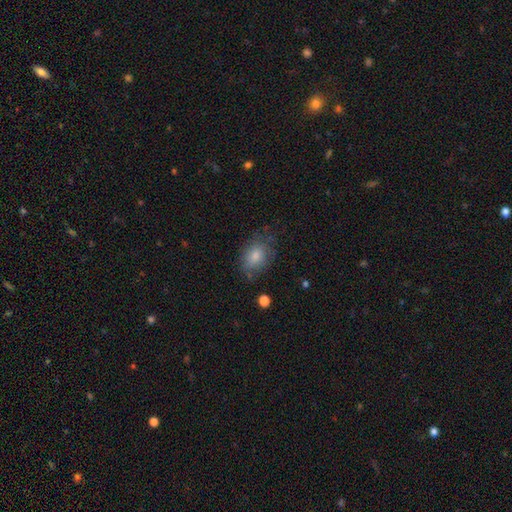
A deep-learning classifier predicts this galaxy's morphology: smooth-or-featured: smooth: 71% | featured or disk: 18% | star or artifact: 11%
  how-rounded: in between: 75% | round: 23% | cigar-shaped: 2%
  merging: none: 66% | minor disturbance: 24% | major disturbance: 9% | merger: 2%